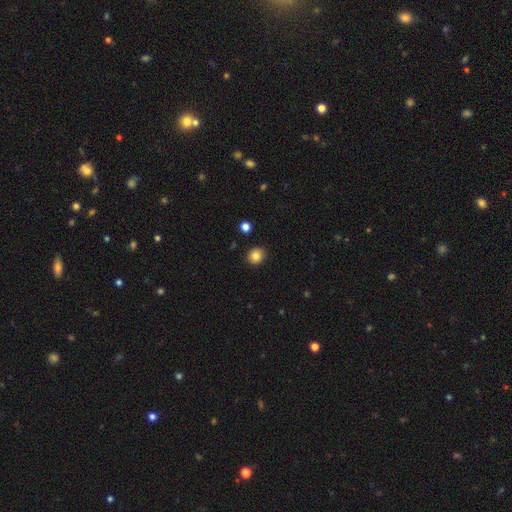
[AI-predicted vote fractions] Smooth or featured? Predicted: smooth (p=0.84). How rounded? Predicted: round (p=0.78). Merging? Predicted: none (p=0.90).